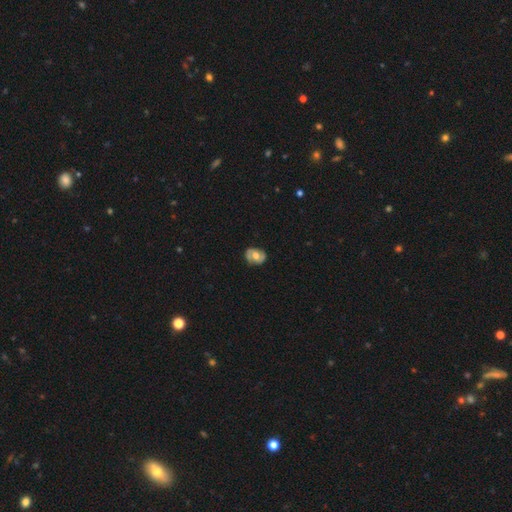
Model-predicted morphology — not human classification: Smooth or featured?
  - featured or disk: 53% *
  - smooth: 40%
  - star or artifact: 7%
Edge-on disk?
  - no: 95% *
  - yes: 5%
Bar?
  - no: 70% *
  - weak: 23%
  - strong: 7%
Spiral arms?
  - yes: 63% *
  - no: 37%
Bulge size?
  - moderate: 73% *
  - large: 16%
  - small: 9%
  - none: 1%
  - dominant: 1%
Merging?
  - none: 79% *
  - minor disturbance: 16%
  - major disturbance: 4%
  - merger: 1%